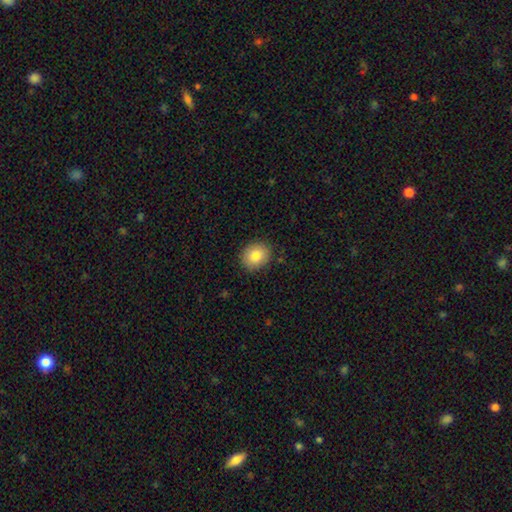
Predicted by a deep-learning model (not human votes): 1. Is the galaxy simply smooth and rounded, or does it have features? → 83% smooth, 9% star or artifact, 8% featured or disk.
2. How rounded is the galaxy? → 72% round, 28% in between, 1% cigar-shaped.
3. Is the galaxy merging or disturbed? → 87% none, 10% minor disturbance, 2% major disturbance, 1% merger.